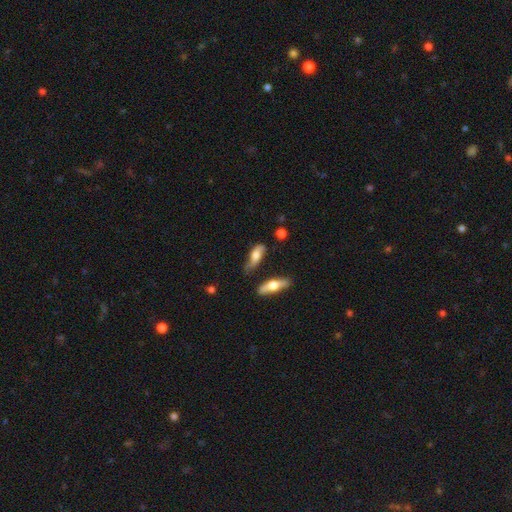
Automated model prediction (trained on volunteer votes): smooth 51%, featured or disk 41%, star or artifact 7%. Down the decision tree: how rounded — in between (65%); merging — none (46%).